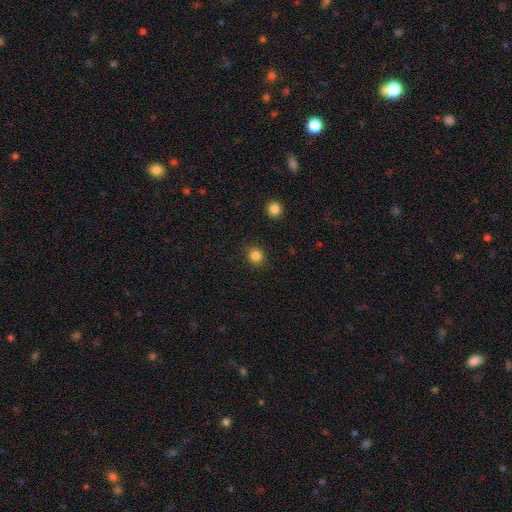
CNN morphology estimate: Q: Smooth or featured?
A: smooth (84%); runner-up: star or artifact (12%)
Q: How rounded?
A: round (84%); runner-up: in between (15%)
Q: Merging?
A: none (89%); runner-up: minor disturbance (8%)